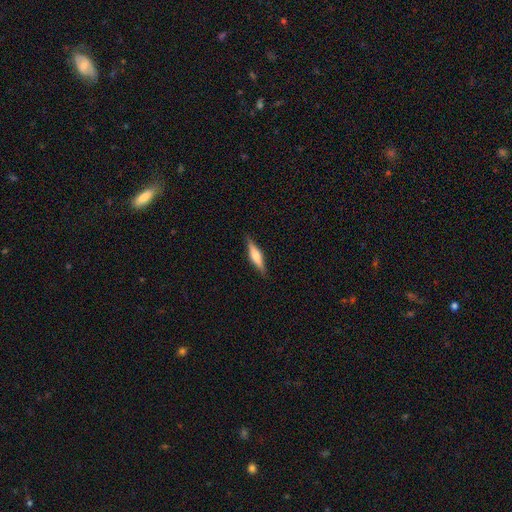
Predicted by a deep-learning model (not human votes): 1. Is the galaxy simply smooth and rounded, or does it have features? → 50% featured or disk, 44% smooth, 6% star or artifact.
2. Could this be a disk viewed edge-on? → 96% yes, 4% no.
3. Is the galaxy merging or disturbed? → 88% none, 9% minor disturbance, 2% major disturbance, 1% merger.